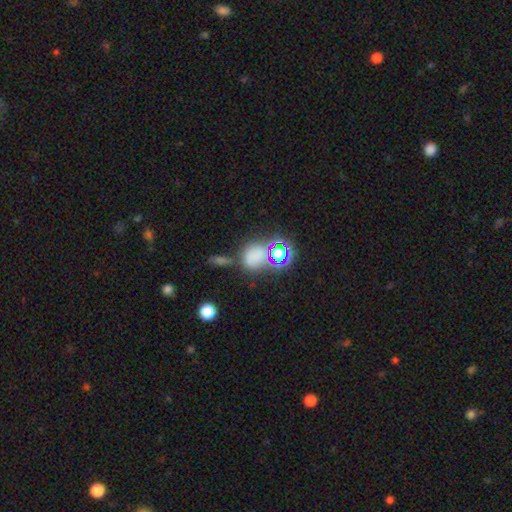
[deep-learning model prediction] This appears to be a smooth galaxy with no disk features (51%) that is in between round and cigar-shaped (50%). Merging: none (54%).